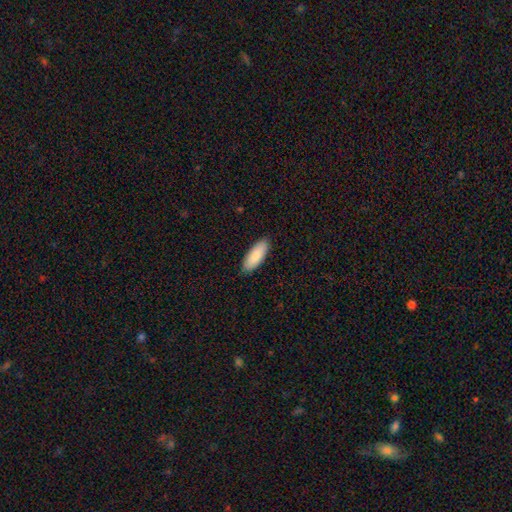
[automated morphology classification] The model was most divided on "how rounded": in between: 74%, cigar-shaped: 25%, round: 1%. More confident: smooth or featured — smooth (88%); merging — none (88%).